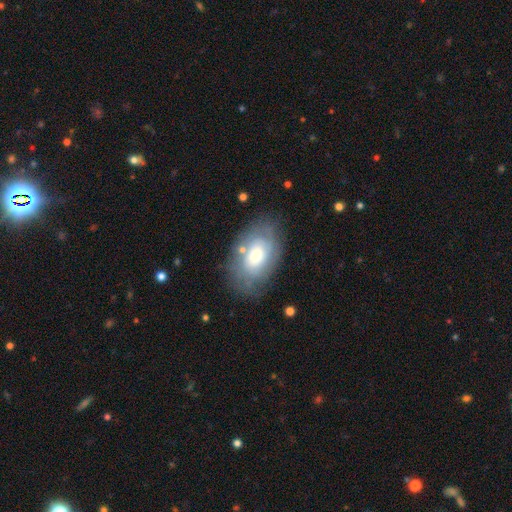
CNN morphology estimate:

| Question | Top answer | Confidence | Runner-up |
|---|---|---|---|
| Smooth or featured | smooth | 48% | featured or disk (44%) |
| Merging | none | 73% | minor disturbance (17%) |